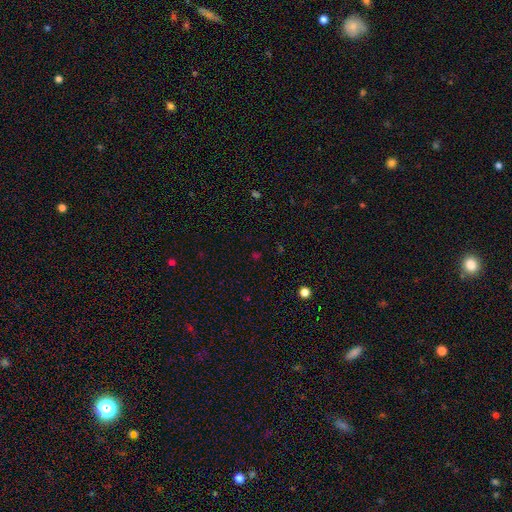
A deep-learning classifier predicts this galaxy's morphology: This is possibly a star or artifact rather than a galaxy (57%).